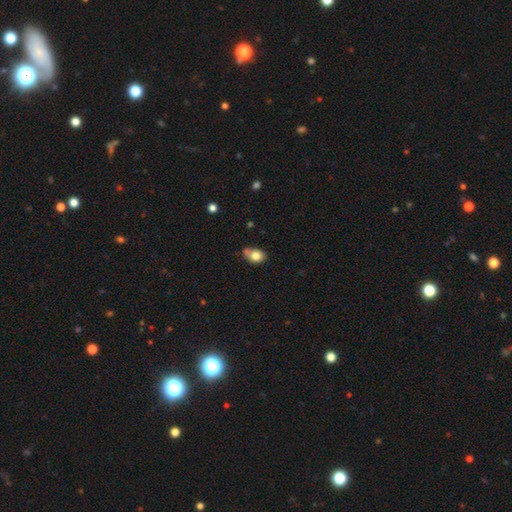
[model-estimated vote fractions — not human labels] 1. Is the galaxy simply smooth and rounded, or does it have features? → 78% smooth, 13% featured or disk, 9% star or artifact.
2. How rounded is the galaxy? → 70% in between, 29% round, 2% cigar-shaped.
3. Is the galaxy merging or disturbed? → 50% none, 27% minor disturbance, 17% merger, 6% major disturbance.